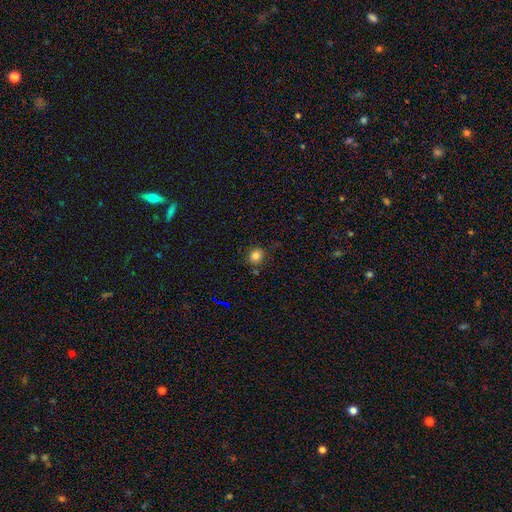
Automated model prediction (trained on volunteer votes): Overall: smooth (81%). How rounded: round (74%). Merging: none (80%).